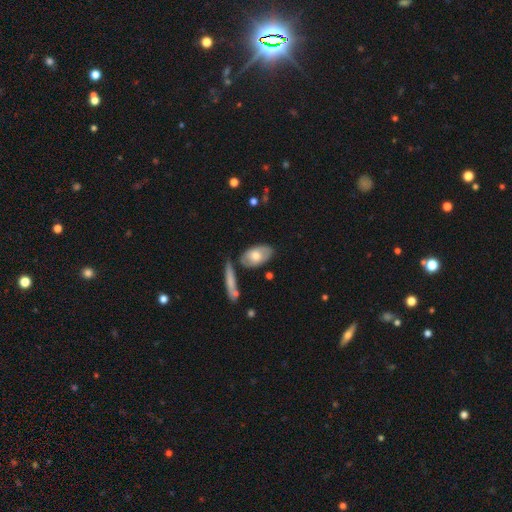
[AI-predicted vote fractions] Q: Smooth or featured?
A: smooth (63%); runner-up: featured or disk (32%)
Q: How rounded?
A: in between (90%); runner-up: cigar-shaped (5%)
Q: Merging?
A: none (70%); runner-up: minor disturbance (17%)